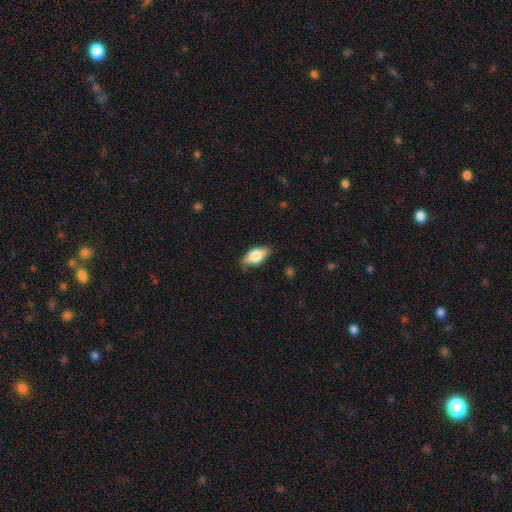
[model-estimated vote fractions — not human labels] Overall: smooth (61%; featured or disk 32%). How rounded: in between (84%). Merging: none (80%).